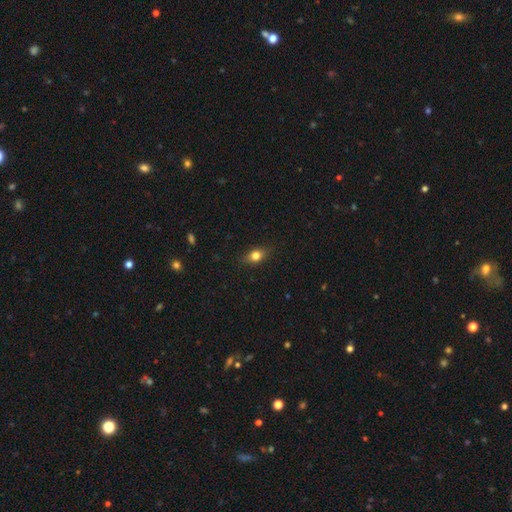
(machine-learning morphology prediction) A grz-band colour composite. It shows a smooth galaxy with no disk features (75%) that is in between round and cigar-shaped (59%). Merging: none (82%).